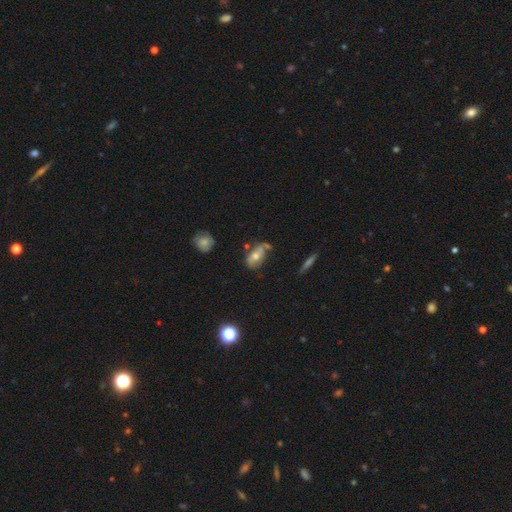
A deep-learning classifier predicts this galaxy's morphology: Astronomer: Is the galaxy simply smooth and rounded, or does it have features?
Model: smooth — 48% (runner-up: featured or disk, 40%).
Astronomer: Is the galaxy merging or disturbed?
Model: none — 41% (runner-up: minor disturbance, 29%).